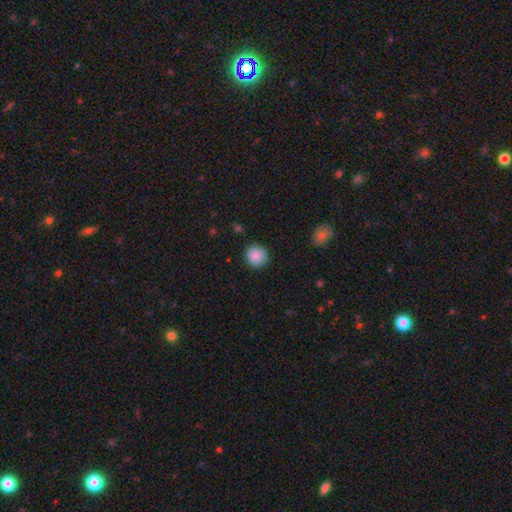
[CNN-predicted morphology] type=smooth (88%); roundness=round (92%); merging=none (87%).